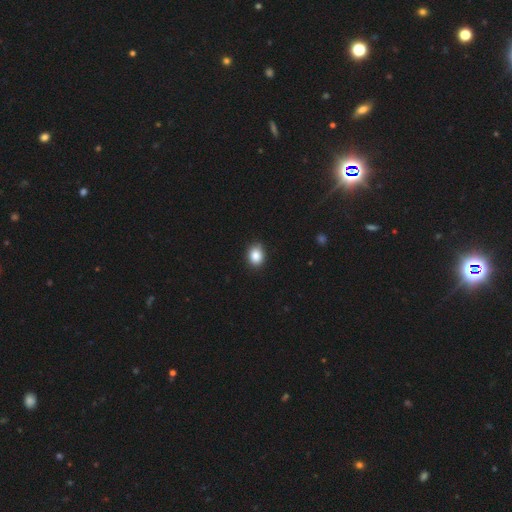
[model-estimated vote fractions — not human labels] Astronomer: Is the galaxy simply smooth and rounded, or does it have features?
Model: smooth — 87%.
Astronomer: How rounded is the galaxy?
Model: in between — 54% (runner-up: round, 45%).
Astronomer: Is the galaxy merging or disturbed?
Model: none — 87%.